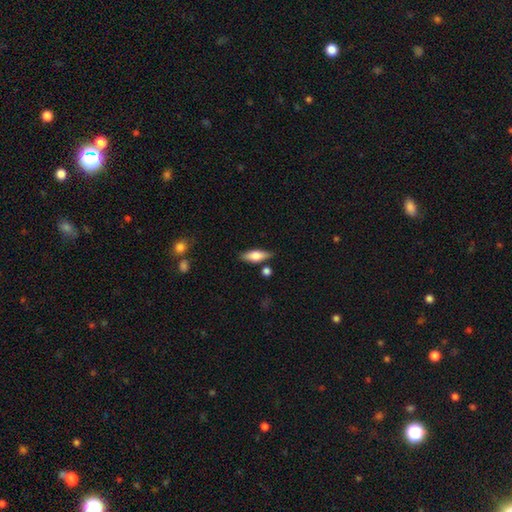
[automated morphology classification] Smooth or featured? Predicted: smooth (p=0.66). How rounded? Predicted: in between (p=0.65). Merging? Predicted: none (p=0.77).